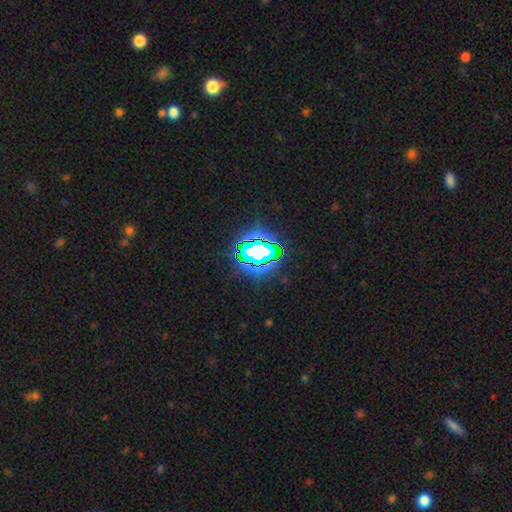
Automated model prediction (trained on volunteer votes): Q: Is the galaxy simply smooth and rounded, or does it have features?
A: star or artifact — 68%.